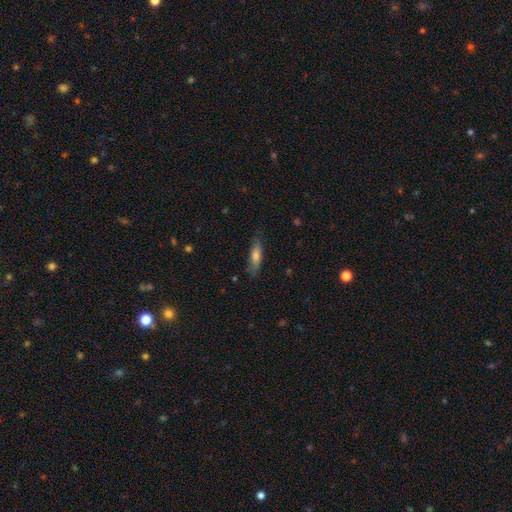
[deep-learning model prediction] This is likely a smooth galaxy (70%). How rounded: possibly cigar-shaped (56%). Merging: likely none (79%).